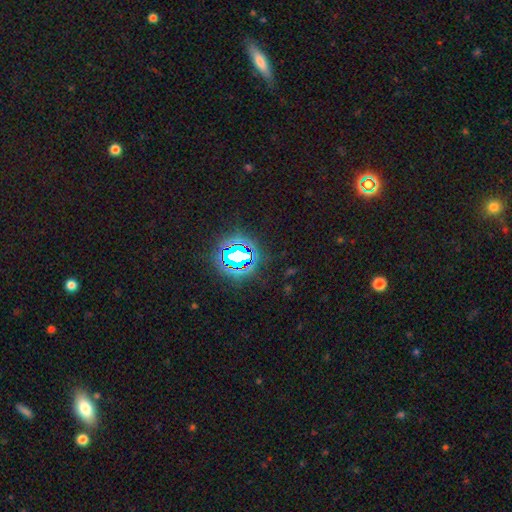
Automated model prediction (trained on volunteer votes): Smooth or featured? Predicted: star or artifact (p=0.80).